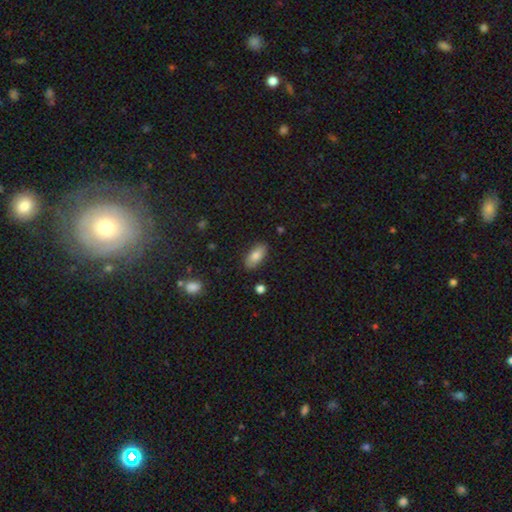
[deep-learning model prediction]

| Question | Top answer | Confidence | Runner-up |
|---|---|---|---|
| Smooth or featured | smooth | 80% | featured or disk (12%) |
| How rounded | in between | 87% | cigar-shaped (10%) |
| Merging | none | 87% | minor disturbance (9%) |